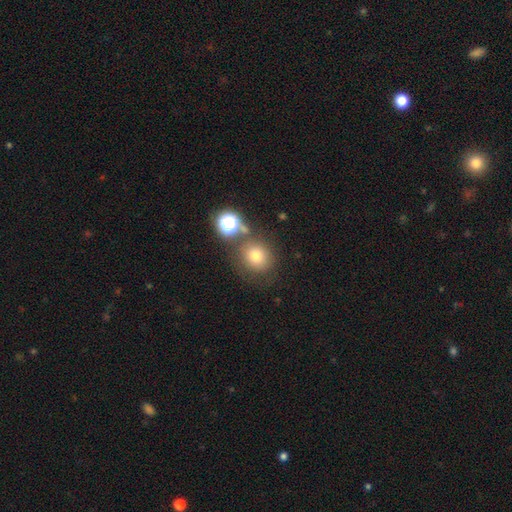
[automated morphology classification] This appears to be a smooth galaxy with no disk features (72%) that is round (88%). Merging: none (69%).